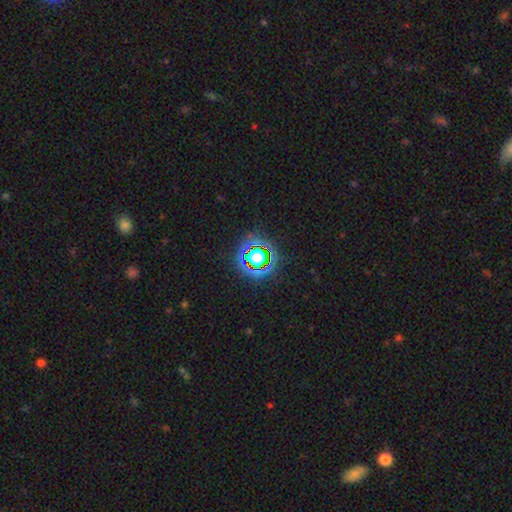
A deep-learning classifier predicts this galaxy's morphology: Smooth or featured?
  - star or artifact: 64% *
  - smooth: 25%
  - featured or disk: 11%